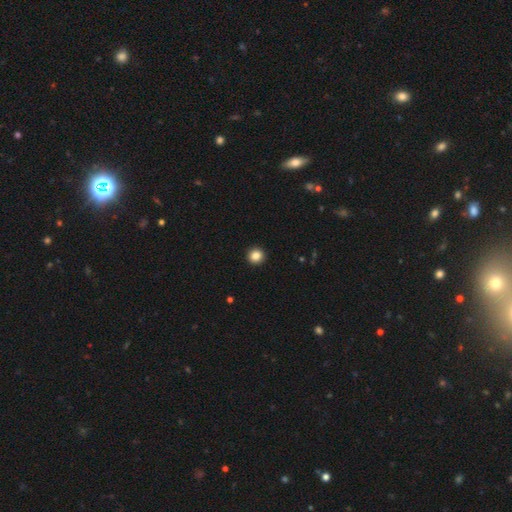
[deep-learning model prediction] A smooth galaxy with no disk features (86%) that is round (94%).

Vote fractions:
- Smooth or featured? smooth: 86% / star or artifact: 10% / featured or disk: 4%
- How rounded? round: 94% / in between: 5% / cigar-shaped: 1%
- Merging? none: 94% / minor disturbance: 4% / major disturbance: 1% / merger: 1%